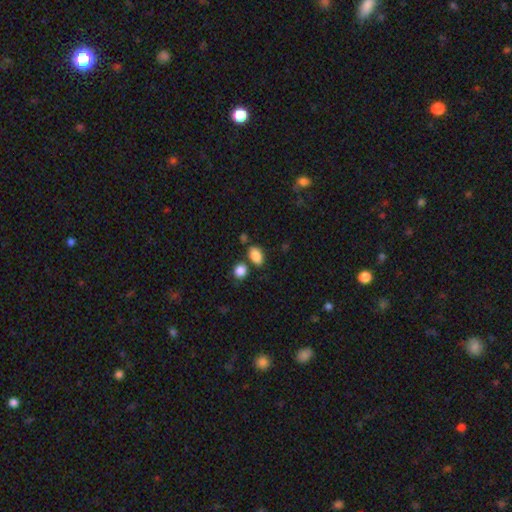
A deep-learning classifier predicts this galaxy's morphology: This is clearly a smooth galaxy (86%). How rounded: clearly in between (83%). Merging: likely none (72%).